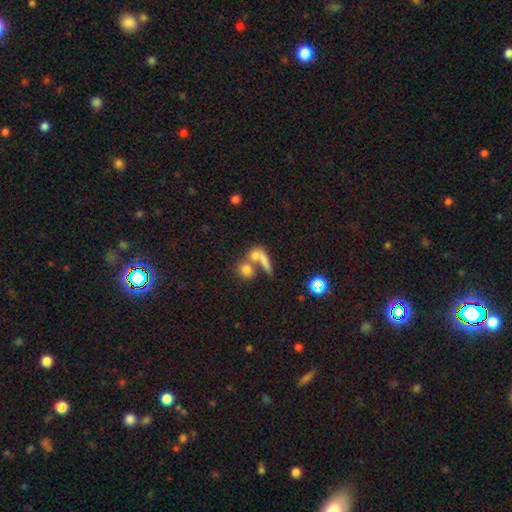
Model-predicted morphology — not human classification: Smooth or featured? Predicted: smooth (p=0.69). How rounded? Predicted: round (p=0.45). Merging? Predicted: merger (p=0.48).